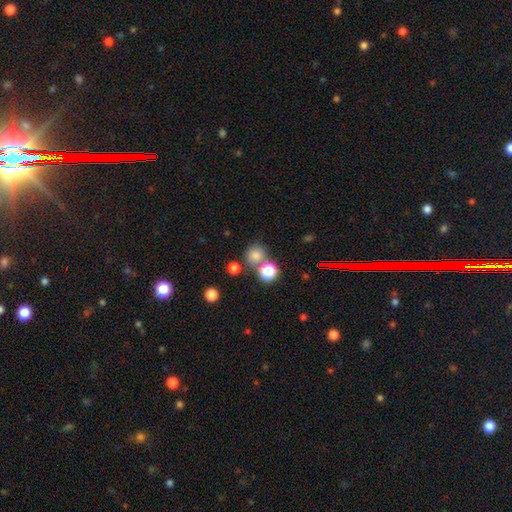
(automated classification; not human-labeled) The model was most divided on "merging": none: 64%, merger: 24%, minor disturbance: 9%, major disturbance: 4%. More confident: how rounded — round (86%); smooth or featured — smooth (76%).